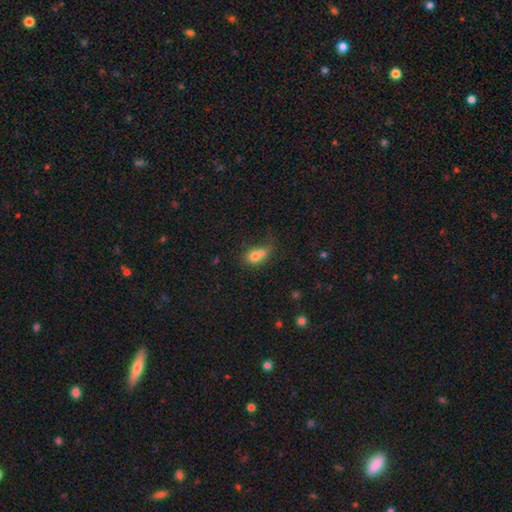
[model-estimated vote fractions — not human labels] smooth-or-featured: smooth: 72% | featured or disk: 16% | star or artifact: 12%
  how-rounded: round: 51% | in between: 47% | cigar-shaped: 2%
  merging: merger: 62% | none: 20% | minor disturbance: 9% | major disturbance: 9%